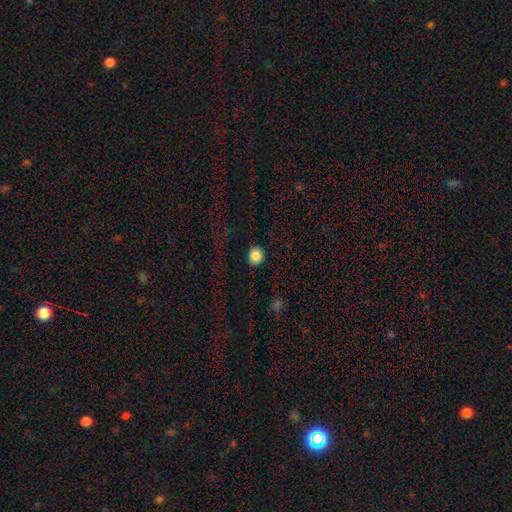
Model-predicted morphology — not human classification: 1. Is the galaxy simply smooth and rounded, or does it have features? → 85% smooth, 11% star or artifact, 5% featured or disk.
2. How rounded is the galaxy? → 88% round, 11% in between, 1% cigar-shaped.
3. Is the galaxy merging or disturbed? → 82% none, 12% minor disturbance, 4% major disturbance, 1% merger.